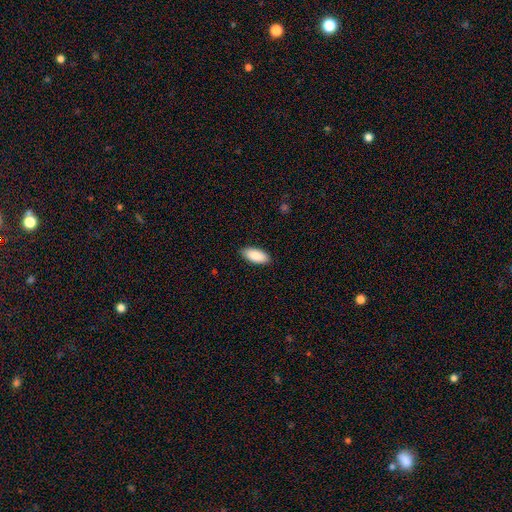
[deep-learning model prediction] Smooth or featured?
  - smooth: 89% *
  - star or artifact: 6%
  - featured or disk: 5%
How rounded?
  - in between: 89% *
  - cigar-shaped: 10%
  - round: 2%
Merging?
  - none: 88% *
  - minor disturbance: 9%
  - major disturbance: 2%
  - merger: 1%